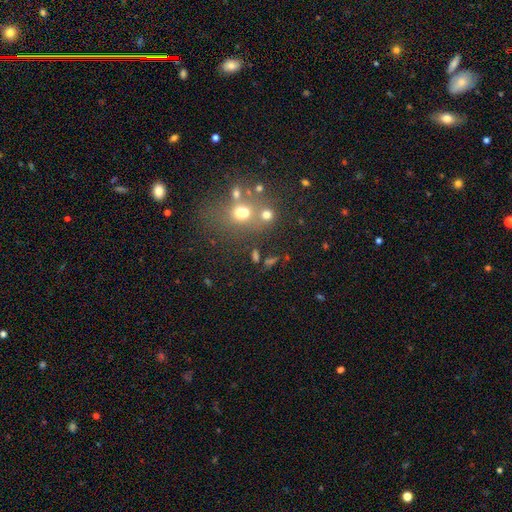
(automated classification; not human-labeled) smooth-or-featured: smooth: 53% | star or artifact: 30% | featured or disk: 17%
  how-rounded: round: 51% | in between: 44% | cigar-shaped: 6%
  merging: none: 57% | merger: 24% | minor disturbance: 12% | major disturbance: 7%